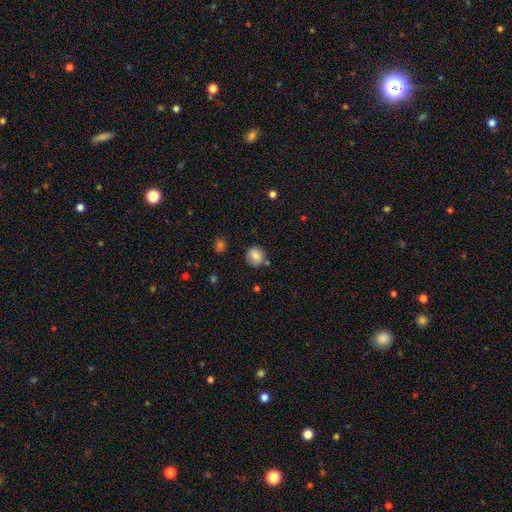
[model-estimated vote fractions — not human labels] Q: Smooth or featured?
A: smooth (83%); runner-up: star or artifact (9%)
Q: How rounded?
A: round (84%); runner-up: in between (15%)
Q: Merging?
A: none (77%); runner-up: minor disturbance (15%)